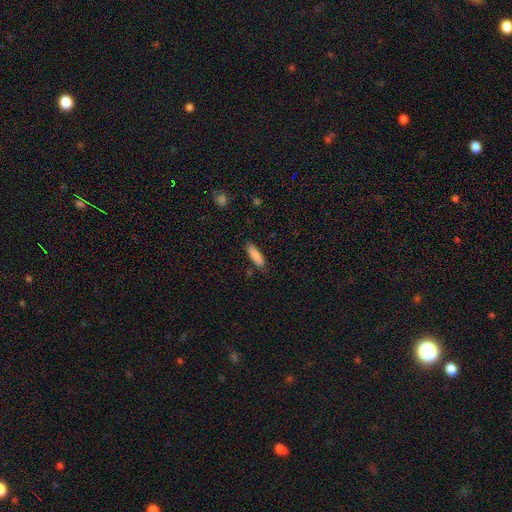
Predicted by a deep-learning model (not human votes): A smooth galaxy with no disk features (87%) that is cigar-shaped (52%). Merging: none (83%).